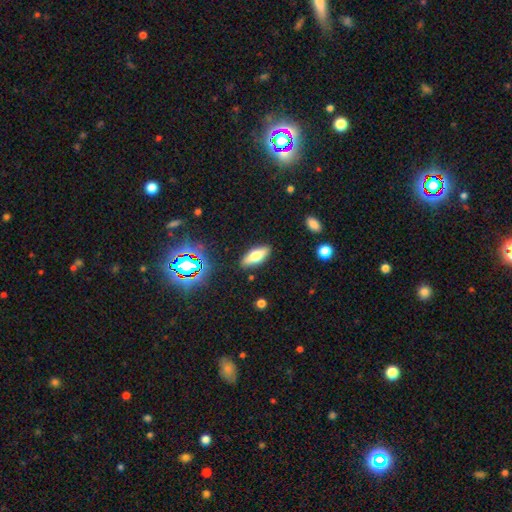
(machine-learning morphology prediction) Q: Smooth or featured?
A: smooth (61%); runner-up: featured or disk (29%)
Q: How rounded?
A: in between (72%); runner-up: cigar-shaped (25%)
Q: Merging?
A: none (87%); runner-up: minor disturbance (9%)